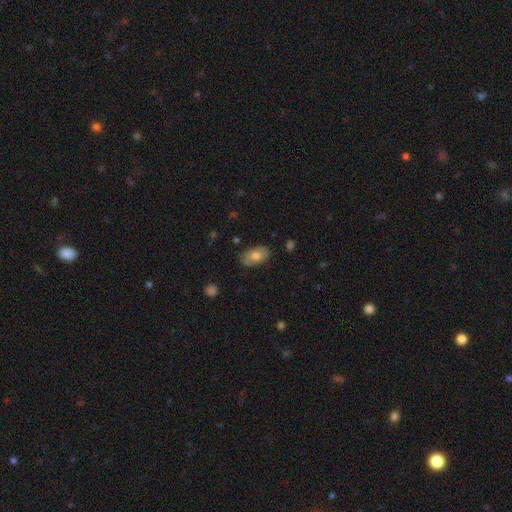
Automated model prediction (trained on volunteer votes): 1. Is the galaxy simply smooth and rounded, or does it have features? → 73% smooth, 20% featured or disk, 7% star or artifact.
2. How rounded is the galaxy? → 92% in between, 6% round, 2% cigar-shaped.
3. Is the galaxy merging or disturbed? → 77% none, 18% minor disturbance, 3% major disturbance, 2% merger.